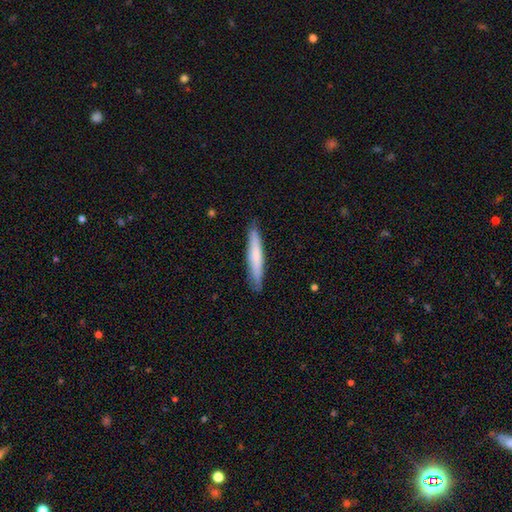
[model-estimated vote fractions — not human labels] Smooth or featured? Predicted: smooth (p=0.66). How rounded? Predicted: cigar-shaped (p=0.94). Merging? Predicted: none (p=0.89).